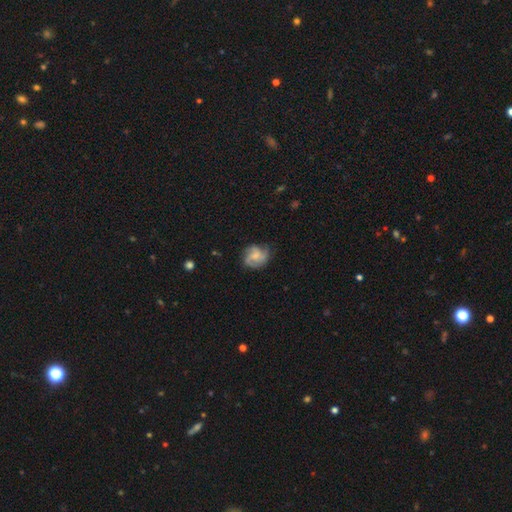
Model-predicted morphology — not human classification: This appears to be a featured or disk galaxy (65%) with no bar (60%), 3 (47%) medium (47%) spiral arms (92%) and a small central bulge (42%). Merging: none (69%).